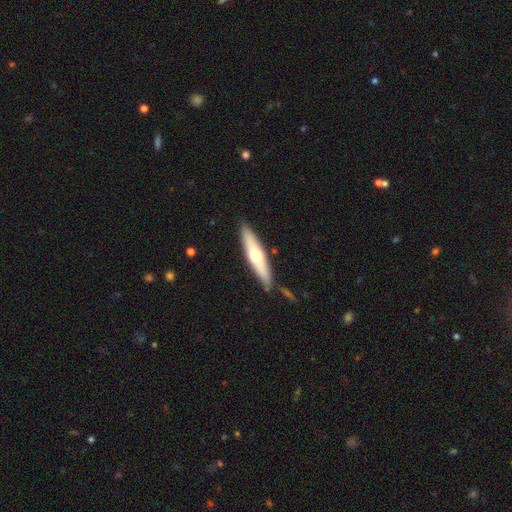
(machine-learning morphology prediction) Overall: smooth (51%; featured or disk 44%). How rounded: cigar-shaped (79%). Merging: none (82%).